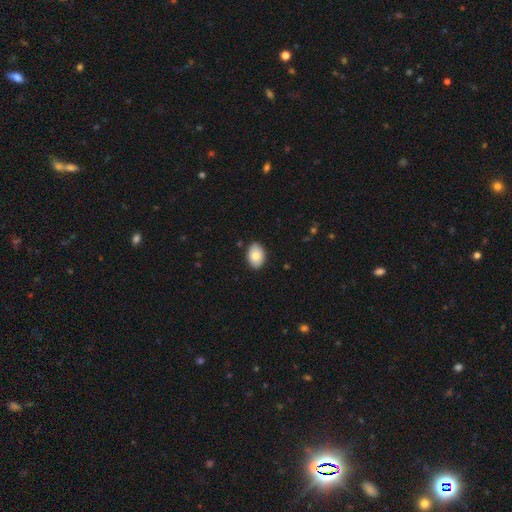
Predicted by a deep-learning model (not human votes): A smooth galaxy with no disk features (83%) that is in between round and cigar-shaped (88%).

Vote fractions:
- Smooth or featured? smooth: 83% / featured or disk: 11% / star or artifact: 7%
- How rounded? in between: 88% / round: 11% / cigar-shaped: 1%
- Merging? none: 88% / minor disturbance: 10% / major disturbance: 2% / merger: 1%